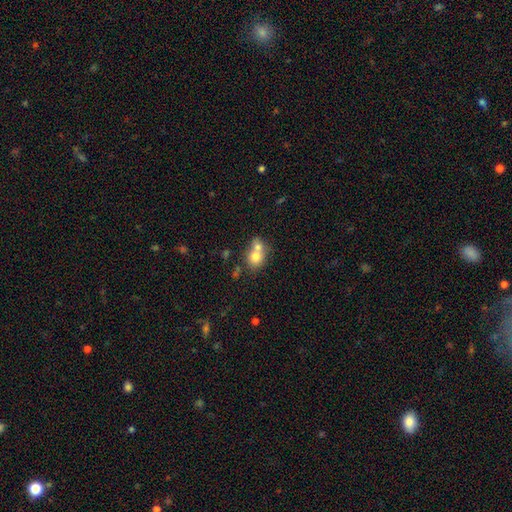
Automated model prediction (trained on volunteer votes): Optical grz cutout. It shows a smooth galaxy with no disk features (73%) that is round (68%). Merging: merger (59%).